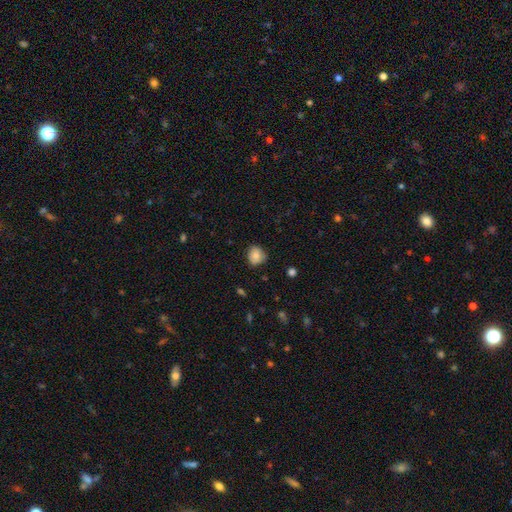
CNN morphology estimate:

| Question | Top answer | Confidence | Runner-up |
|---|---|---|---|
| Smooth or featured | smooth | 80% | featured or disk (11%) |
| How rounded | round | 78% | in between (21%) |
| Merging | none | 74% | minor disturbance (21%) |